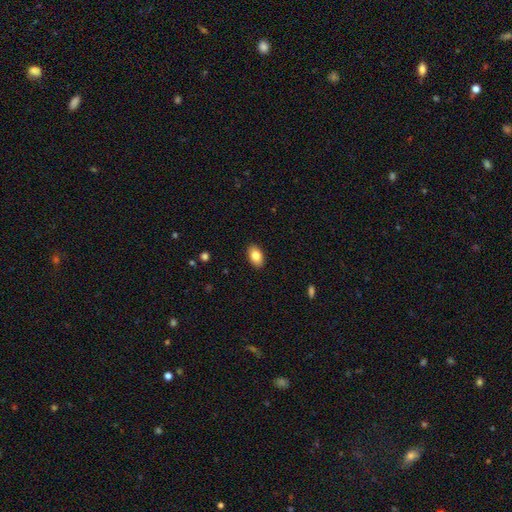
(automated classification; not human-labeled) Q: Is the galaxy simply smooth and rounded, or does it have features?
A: smooth — 83%.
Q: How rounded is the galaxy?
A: in between — 90%.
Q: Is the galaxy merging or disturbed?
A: none — 90%.